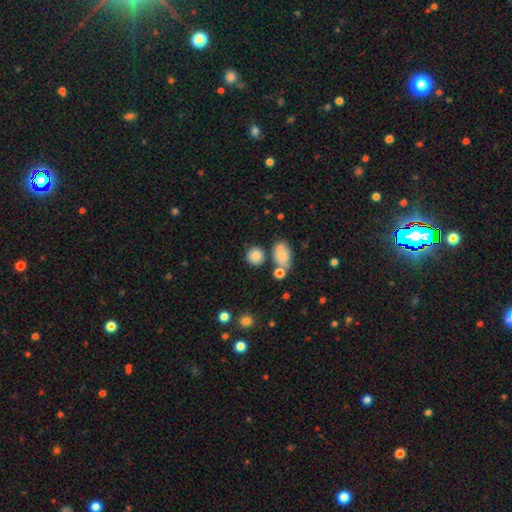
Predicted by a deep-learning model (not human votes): The model was most divided on "merging": none: 70%, merger: 14%, minor disturbance: 12%, major disturbance: 4%. More confident: how rounded — round (83%); smooth or featured — smooth (82%).